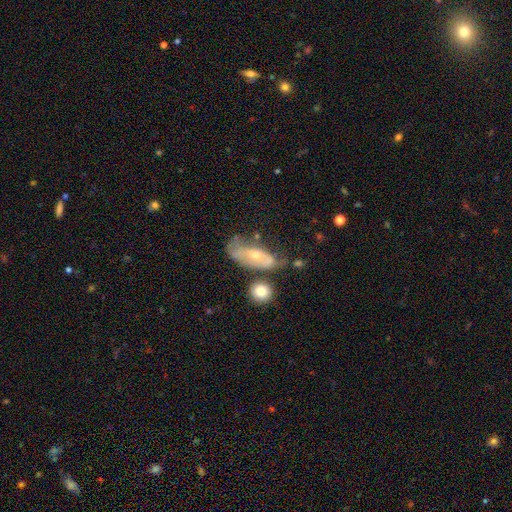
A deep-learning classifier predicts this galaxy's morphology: A featured or disk galaxy (59%).

Vote fractions:
- Smooth or featured? featured or disk: 59% / smooth: 33% / star or artifact: 8%
- Edge-on disk? no: 83% / yes: 17%
- Merging? none: 39% / minor disturbance: 27% / major disturbance: 18% / merger: 15%